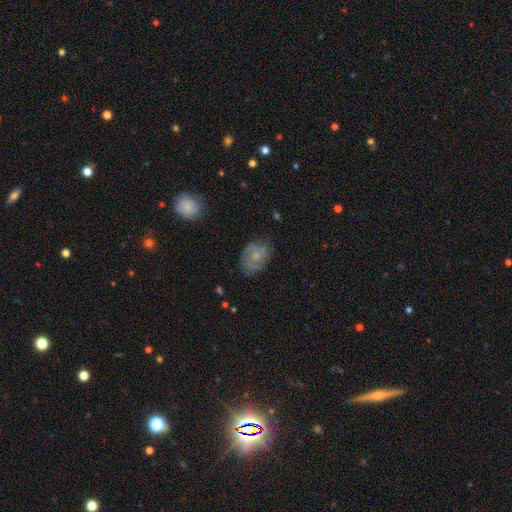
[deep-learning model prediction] The model was most divided on "smooth or featured": featured or disk: 46%, smooth: 45%, star or artifact: 9%. More confident: merging — none (70%).